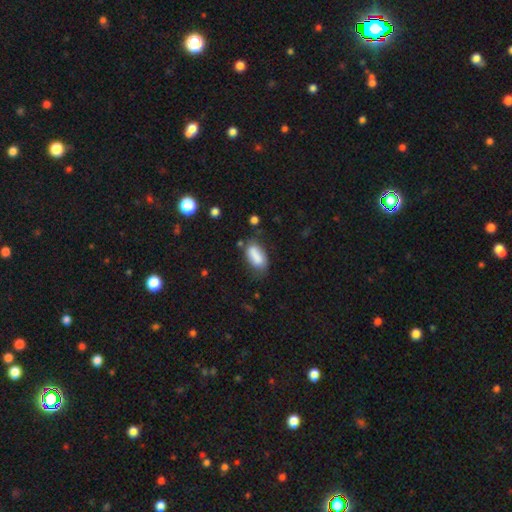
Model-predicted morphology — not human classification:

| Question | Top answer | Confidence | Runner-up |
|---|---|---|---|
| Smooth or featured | smooth | 83% | featured or disk (10%) |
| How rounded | in between | 89% | cigar-shaped (8%) |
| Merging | none | 57% | minor disturbance (28%) |